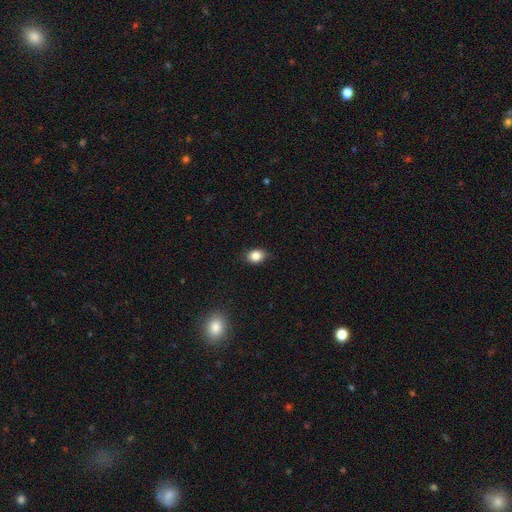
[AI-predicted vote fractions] This appears to be a smooth galaxy with no disk features (85%) that is in between round and cigar-shaped (57%). Merging: none (83%).